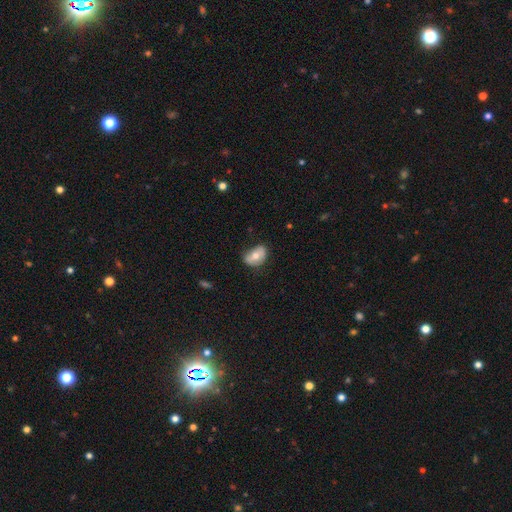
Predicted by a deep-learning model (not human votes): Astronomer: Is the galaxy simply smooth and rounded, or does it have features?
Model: smooth — 63%.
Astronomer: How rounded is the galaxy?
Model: in between — 80%.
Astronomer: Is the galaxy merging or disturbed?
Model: none — 61%.